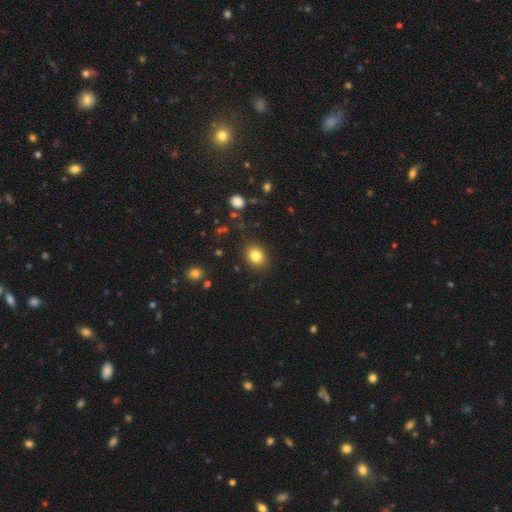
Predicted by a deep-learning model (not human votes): The model was most divided on "how rounded": round: 54%, in between: 45%, cigar-shaped: 1%. More confident: merging — none (87%); smooth or featured — smooth (83%).